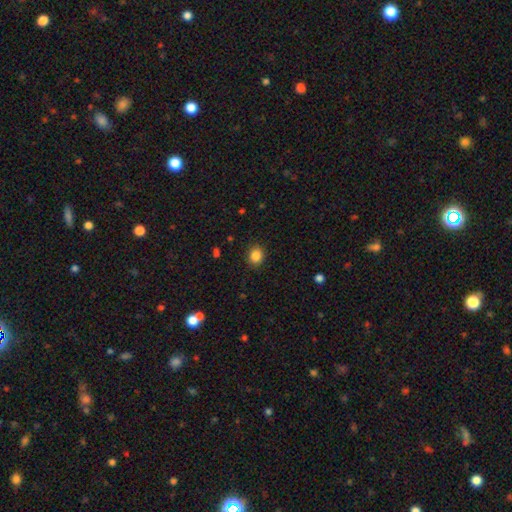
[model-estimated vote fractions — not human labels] Smooth or featured: smooth — 86% (star or artifact — 11%)
How rounded: round — 66% (in between — 33%)
Merging: none — 88% (minor disturbance — 9%)